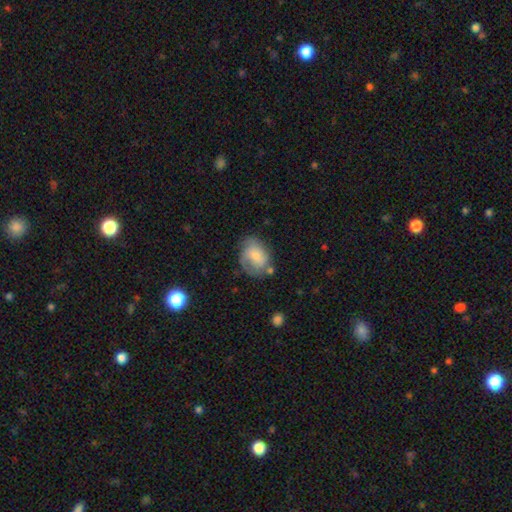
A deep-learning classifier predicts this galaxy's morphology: Smooth or featured? smooth (56%)
How rounded? in between (64%)
Merging? none (51%)